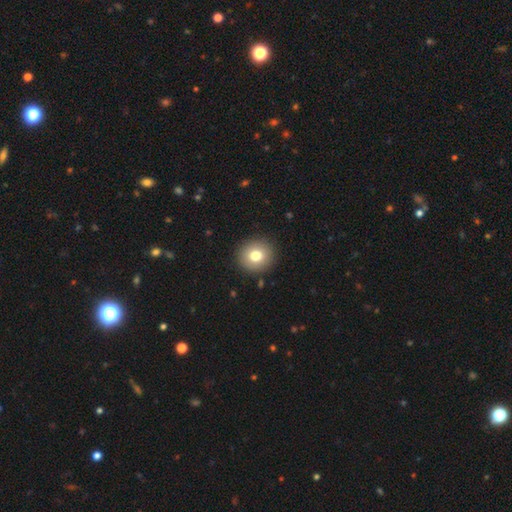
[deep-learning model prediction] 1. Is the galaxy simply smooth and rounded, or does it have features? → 77% smooth, 13% featured or disk, 10% star or artifact.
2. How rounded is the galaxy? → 90% round, 9% in between, 1% cigar-shaped.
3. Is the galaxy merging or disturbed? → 91% none, 6% minor disturbance, 2% major disturbance, 1% merger.